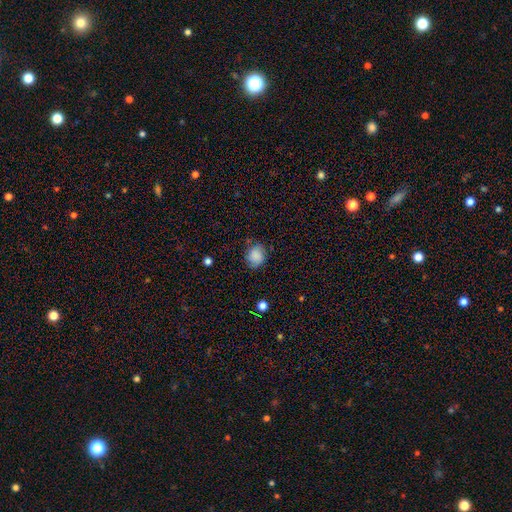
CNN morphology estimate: This is clearly a smooth galaxy (82%). How rounded: possibly round (59%). Merging: likely none (73%).